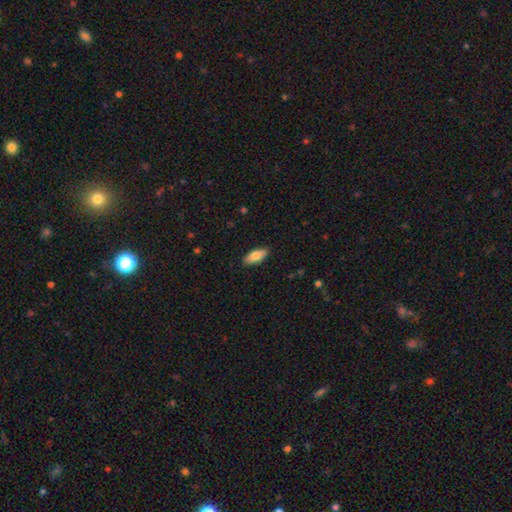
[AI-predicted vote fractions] Q: Smooth or featured?
A: smooth (77%); runner-up: featured or disk (16%)
Q: How rounded?
A: in between (85%); runner-up: cigar-shaped (13%)
Q: Merging?
A: none (88%); runner-up: minor disturbance (9%)